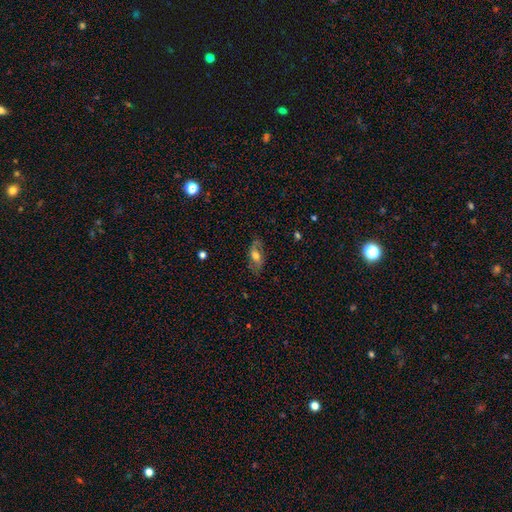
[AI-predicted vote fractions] Smooth or featured: smooth — 51% (featured or disk — 41%)
How rounded: in between — 83% (cigar-shaped — 10%)
Merging: none — 73% (minor disturbance — 19%)